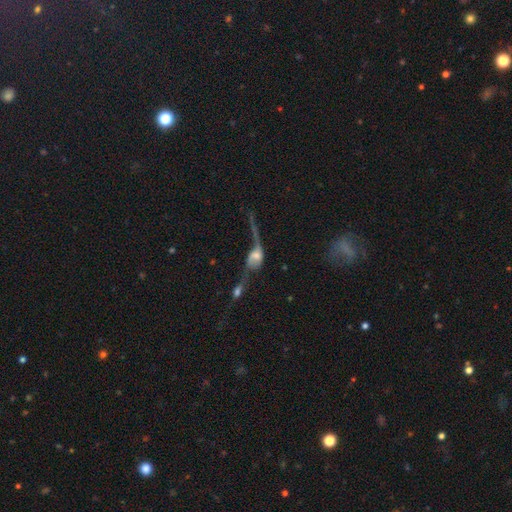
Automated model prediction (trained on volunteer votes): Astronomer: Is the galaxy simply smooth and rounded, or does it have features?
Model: featured or disk — 56% (runner-up: smooth, 33%).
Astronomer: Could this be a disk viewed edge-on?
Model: no — 84%.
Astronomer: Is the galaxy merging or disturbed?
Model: merger — 55%.